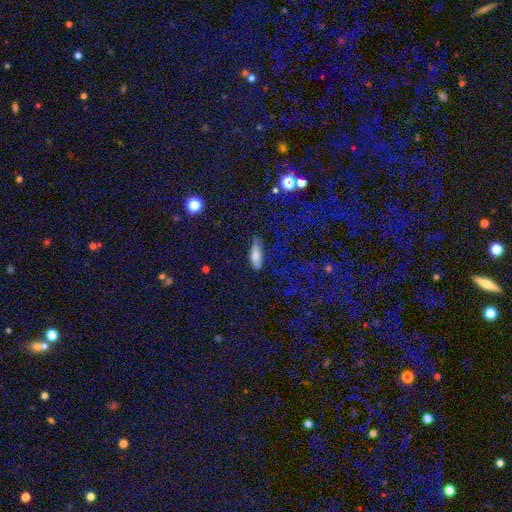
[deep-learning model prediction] Smooth or featured? smooth (76%)
How rounded? cigar-shaped (54%)
Merging? none (74%)